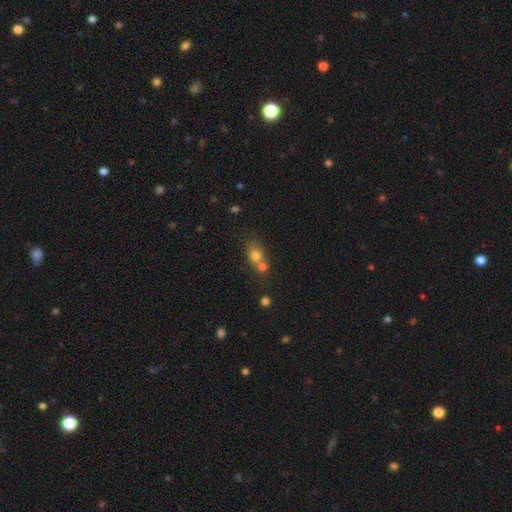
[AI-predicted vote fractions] Q: Smooth or featured?
A: smooth (73%); runner-up: featured or disk (13%)
Q: How rounded?
A: round (51%); runner-up: in between (47%)
Q: Merging?
A: merger (47%); runner-up: none (39%)